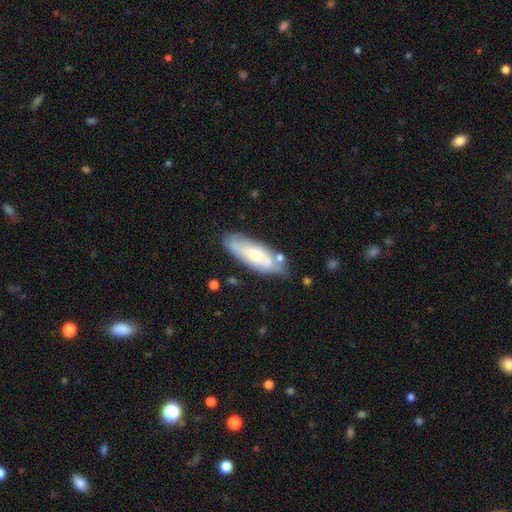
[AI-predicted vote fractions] smooth-or-featured: smooth: 47% (tied) | featured or disk: 47% (tied) | star or artifact: 6%
  merging: none: 64% | minor disturbance: 22% | merger: 9% | major disturbance: 5%